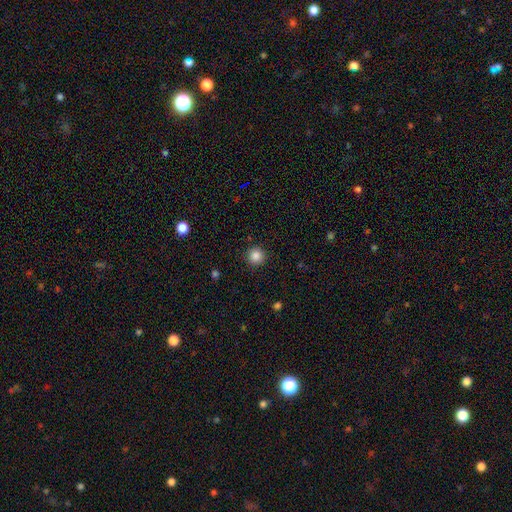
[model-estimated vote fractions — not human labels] smooth-or-featured: smooth: 86% | star or artifact: 11% | featured or disk: 3%
  how-rounded: round: 95% | in between: 4% | cigar-shaped: 1%
  merging: none: 92% | minor disturbance: 5% | major disturbance: 2% | merger: 1%